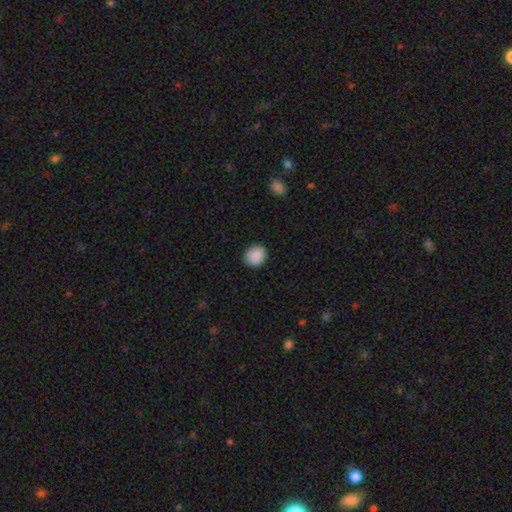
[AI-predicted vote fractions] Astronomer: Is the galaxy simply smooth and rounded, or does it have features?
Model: smooth — 90%.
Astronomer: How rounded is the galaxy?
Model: round — 75%.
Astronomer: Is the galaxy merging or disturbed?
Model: none — 91%.